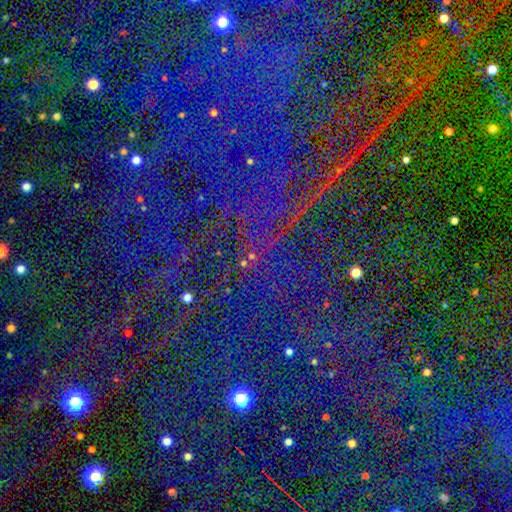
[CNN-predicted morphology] Smooth or featured: star or artifact — 84% (smooth — 9%)